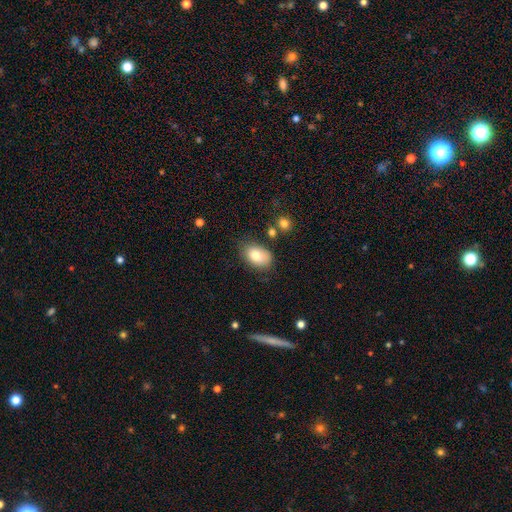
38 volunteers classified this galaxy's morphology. Smooth or featured: smooth — 89% (featured or disk — 11%)
How rounded: in between — 97% (round — 3%)
Merging: none — 53% (minor disturbance — 42%)